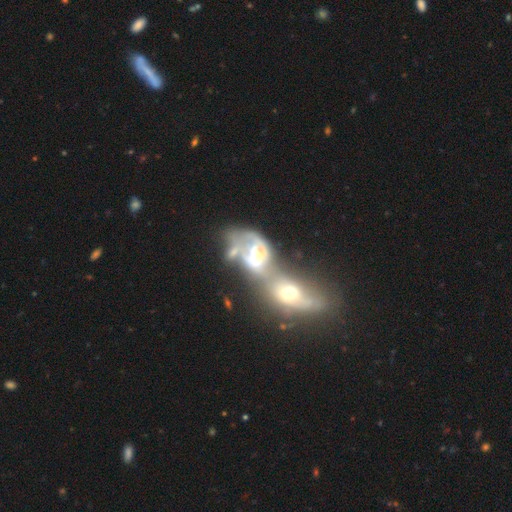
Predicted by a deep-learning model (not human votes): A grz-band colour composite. It shows a featured or disk galaxy (73%) with no bar (54%), spiral arms (58%) and a moderate central bulge (57%). Merging: merger (74%).